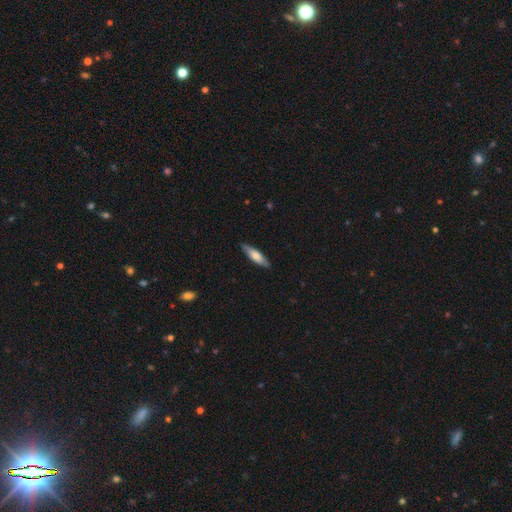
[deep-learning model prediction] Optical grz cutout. It shows a smooth galaxy with no disk features (59%) that is cigar-shaped (65%). Merging: none (86%).